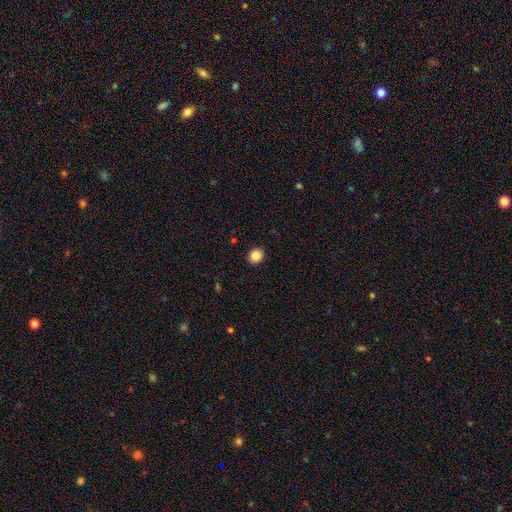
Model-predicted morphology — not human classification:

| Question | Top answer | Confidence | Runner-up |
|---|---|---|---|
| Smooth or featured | smooth | 87% | star or artifact (10%) |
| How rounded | round | 83% | in between (17%) |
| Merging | none | 92% | minor disturbance (5%) |